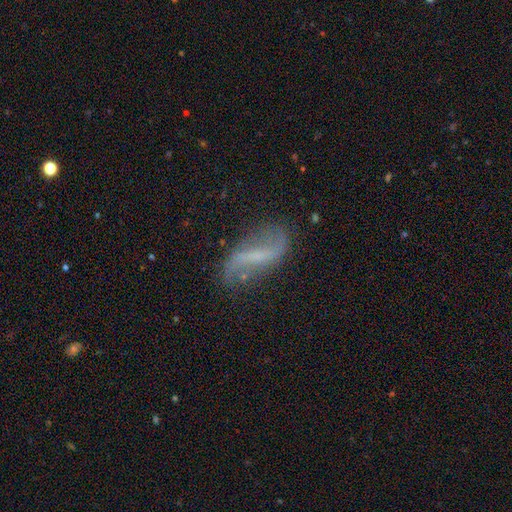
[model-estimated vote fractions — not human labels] Q: Smooth or featured?
A: featured or disk (76%); runner-up: smooth (15%)
Q: Edge-on disk?
A: no (92%); runner-up: yes (8%)
Q: Bar?
A: strong (42%); runner-up: weak (40%)
Q: Spiral arms?
A: yes (87%); runner-up: no (13%)
Q: Spiral winding?
A: loose (82%); runner-up: medium (13%)
Q: Spiral arm count?
A: 2 (87%); runner-up: can't tell (5%)
Q: Bulge size?
A: none (48%); runner-up: small (38%)
Q: Merging?
A: none (71%); runner-up: minor disturbance (18%)